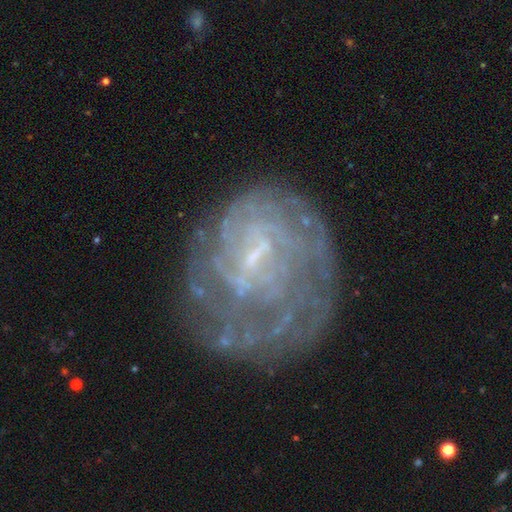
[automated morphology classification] This is likely a featured or disk galaxy (77%). It is clearly not viewed edge-on (97%). Bar: possibly weak (52%). Spiral arm pattern: likely yes (71%). Spiral arm count: possibly can't tell (59%). Spiral winding: likely tight (65%). Central bulge: possibly small (59%). Merging: likely none (61%).